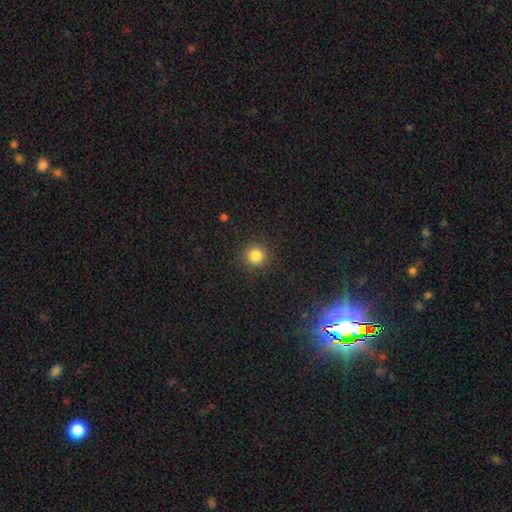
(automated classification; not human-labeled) Smooth or featured: smooth — 83% (star or artifact — 12%)
How rounded: round — 94% (in between — 5%)
Merging: none — 91% (minor disturbance — 6%)